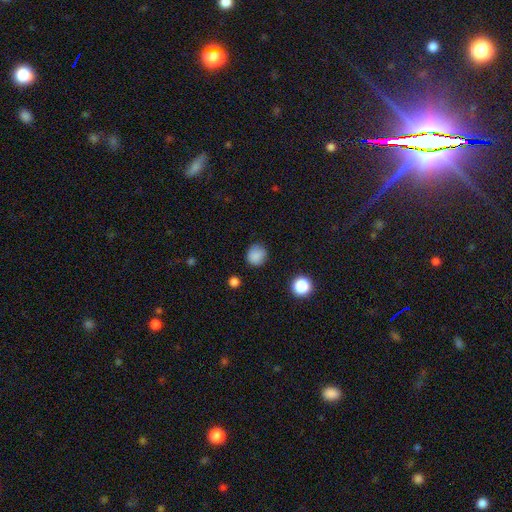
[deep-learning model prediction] Overall: smooth (86%). How rounded: round (86%). Merging: none (85%).